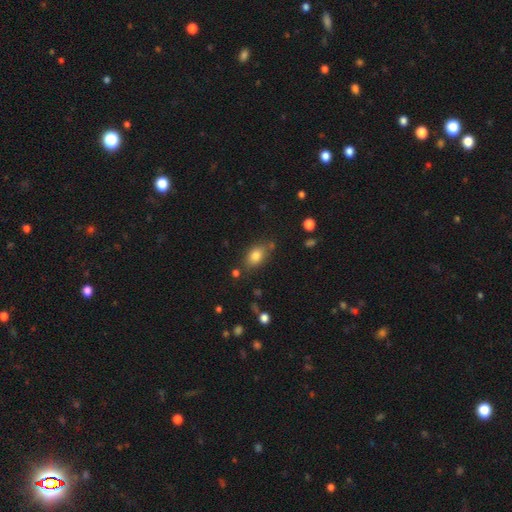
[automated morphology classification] Q: Smooth or featured?
A: smooth (81%); runner-up: star or artifact (10%)
Q: How rounded?
A: in between (81%); runner-up: round (16%)
Q: Merging?
A: none (72%); runner-up: minor disturbance (16%)